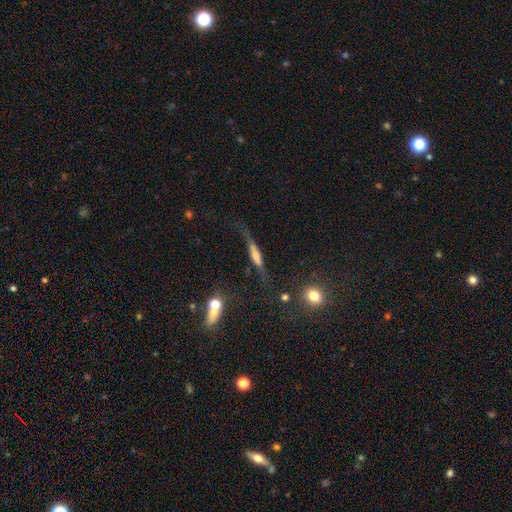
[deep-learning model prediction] Smooth or featured: featured or disk — 55% (smooth — 34%)
Edge-on disk: yes — 84% (no — 16%)
Merging: none — 58% (minor disturbance — 22%)